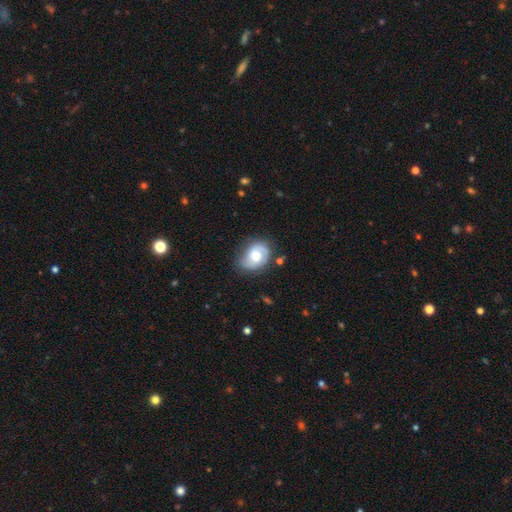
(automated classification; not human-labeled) featured or disk 51%, smooth 42%, star or artifact 7%. Down the decision tree: edge-on disk — no (97%); merging — none (63%).